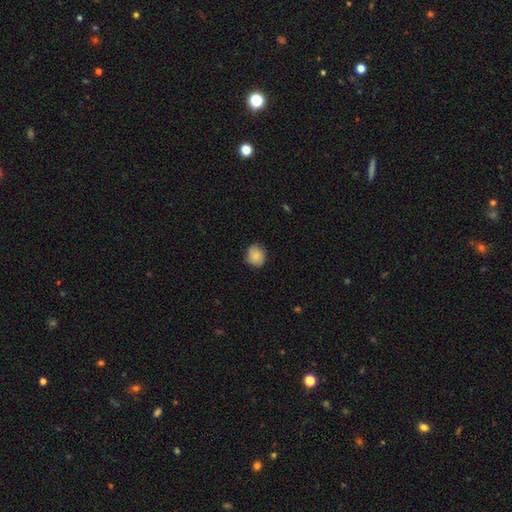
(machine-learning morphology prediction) Smooth or featured?
  - smooth: 81% *
  - featured or disk: 11%
  - star or artifact: 8%
How rounded?
  - round: 78% *
  - in between: 21%
  - cigar-shaped: 1%
Merging?
  - none: 79% *
  - minor disturbance: 17%
  - major disturbance: 3%
  - merger: 1%